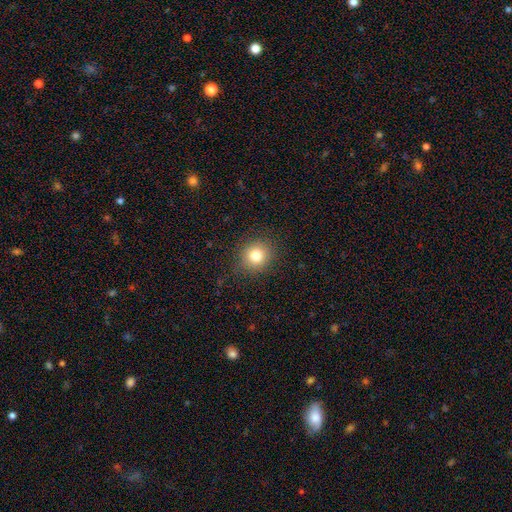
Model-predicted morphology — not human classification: Overall: smooth (81%). How rounded: round (84%). Merging: none (88%).